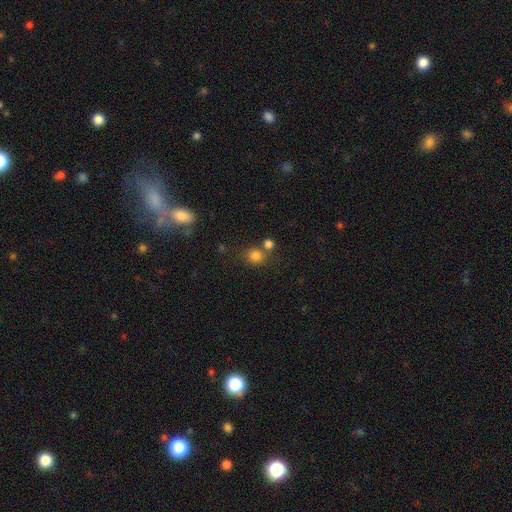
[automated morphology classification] Smooth or featured: smooth — 80% (star or artifact — 14%)
How rounded: round — 78% (in between — 21%)
Merging: none — 63% (merger — 23%)